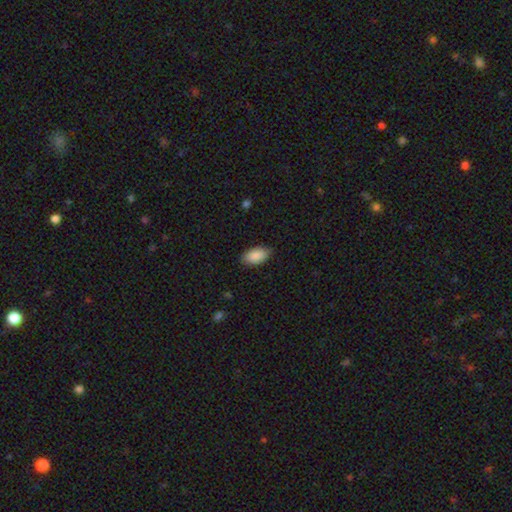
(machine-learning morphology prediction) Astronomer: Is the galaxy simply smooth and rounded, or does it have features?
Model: smooth — 90%.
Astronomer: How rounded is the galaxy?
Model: in between — 95%.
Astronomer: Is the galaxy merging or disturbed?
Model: none — 86%.